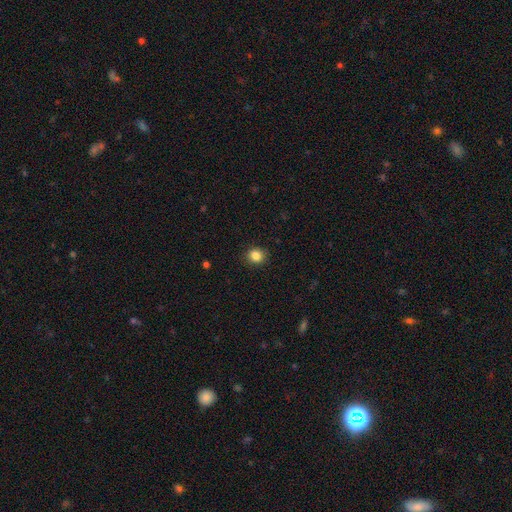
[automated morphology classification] A smooth galaxy with no disk features (85%) that is round (79%).

Vote fractions:
- Smooth or featured? smooth: 85% / star or artifact: 11% / featured or disk: 4%
- How rounded? round: 79% / in between: 20% / cigar-shaped: 1%
- Merging? none: 90% / minor disturbance: 7% / major disturbance: 2% / merger: 1%